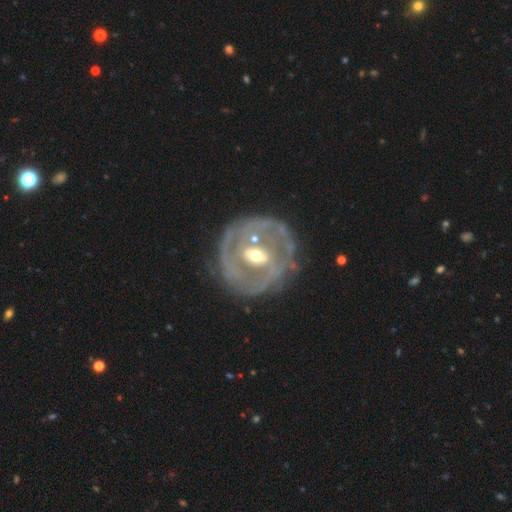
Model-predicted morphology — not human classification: Smooth or featured? featured or disk (82%)
Edge-on disk? no (96%)
Bar? weak (43%)
Spiral arms? yes (73%)
Spiral winding? tight (63%)
Spiral arm count? 2 (40%)
Bulge size? moderate (62%)
Merging? none (69%)